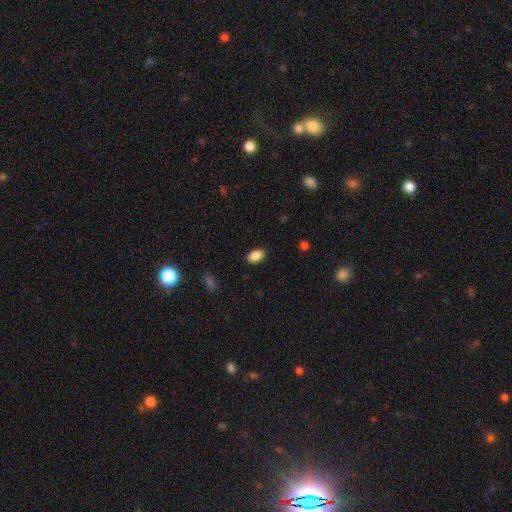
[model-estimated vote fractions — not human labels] Smooth or featured? smooth (89%)
How rounded? in between (89%)
Merging? none (88%)